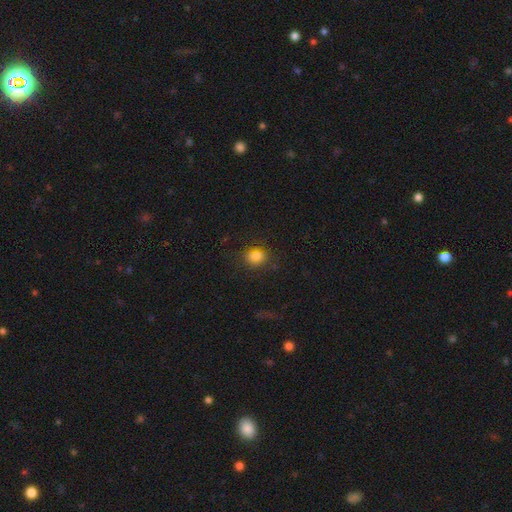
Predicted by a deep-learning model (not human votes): smooth 81%, star or artifact 14%, featured or disk 6%. Down the decision tree: how rounded — round (55%); merging — none (80%).